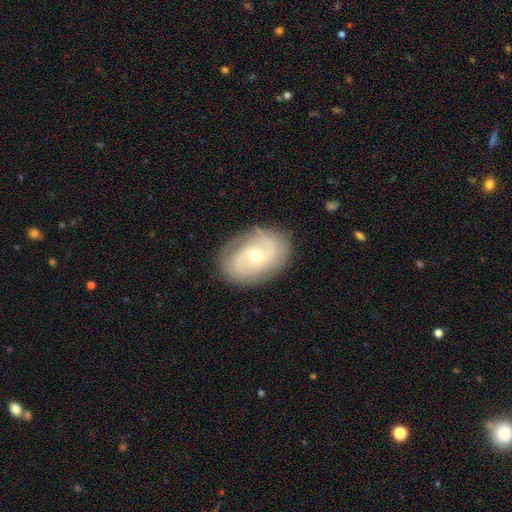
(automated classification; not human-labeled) This is likely a featured or disk galaxy (76%). It is clearly not viewed edge-on (96%). Bar: possibly no (60%). Spiral arm pattern: clearly yes (89%). Spiral arm count: likely 2 (70%). Spiral winding: marginally medium (42%). Central bulge: possibly moderate (53%). Merging: clearly none (80%).